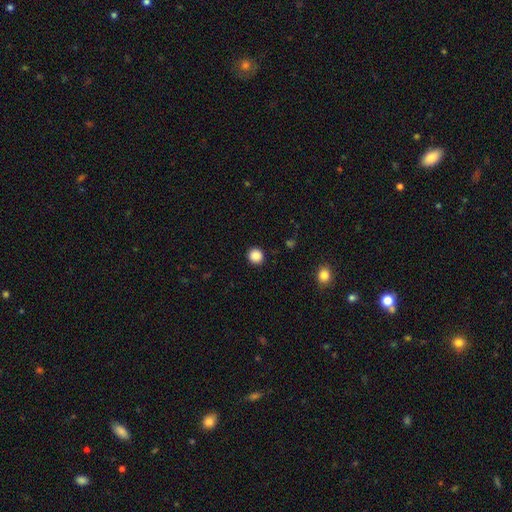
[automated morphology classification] This is clearly a smooth galaxy (88%). How rounded: clearly round (91%). Merging: clearly none (92%).